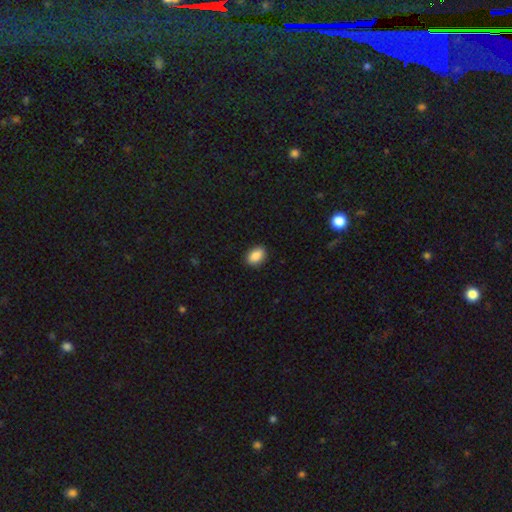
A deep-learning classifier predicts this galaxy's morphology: Smooth or featured: smooth — 89% (star or artifact — 8%)
How rounded: in between — 84% (round — 15%)
Merging: none — 90% (minor disturbance — 8%)